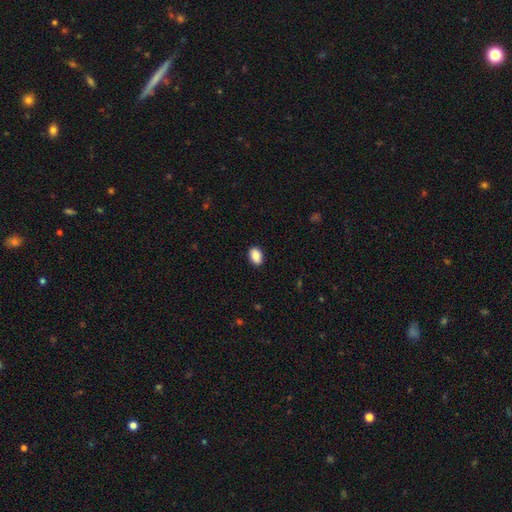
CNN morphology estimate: Smooth or featured?
  - smooth: 88% *
  - star or artifact: 8%
  - featured or disk: 4%
How rounded?
  - in between: 85% *
  - round: 14%
  - cigar-shaped: 1%
Merging?
  - none: 89% *
  - minor disturbance: 8%
  - major disturbance: 2%
  - merger: 1%